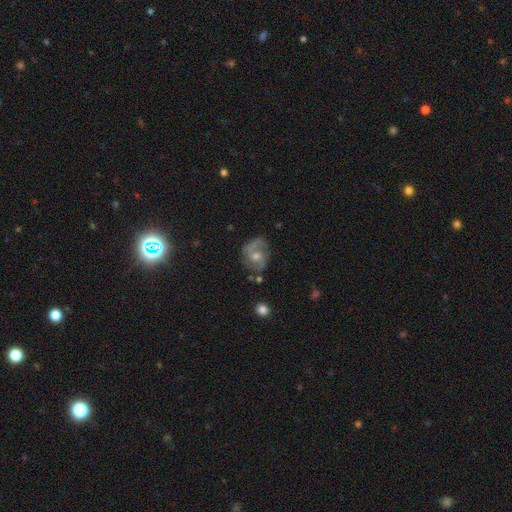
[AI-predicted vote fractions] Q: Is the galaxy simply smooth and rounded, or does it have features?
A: featured or disk — 75%.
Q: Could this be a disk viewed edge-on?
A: no — 97%.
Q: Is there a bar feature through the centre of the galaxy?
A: no — 61%.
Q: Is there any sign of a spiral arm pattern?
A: yes — 92%.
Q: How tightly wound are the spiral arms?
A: medium — 49%.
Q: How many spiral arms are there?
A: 2 — 67%.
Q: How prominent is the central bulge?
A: moderate — 59%.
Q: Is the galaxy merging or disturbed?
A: none — 67%.